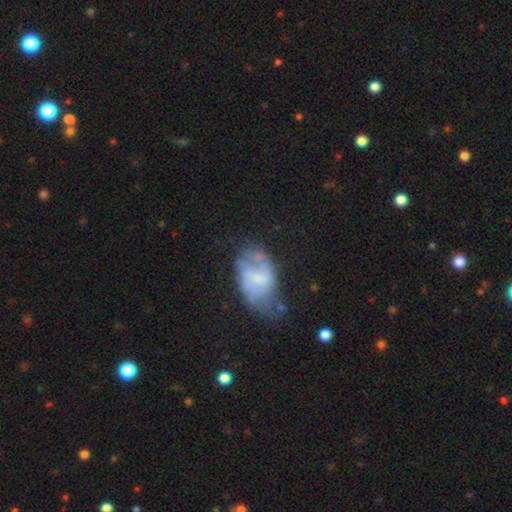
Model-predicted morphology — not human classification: smooth-or-featured: featured or disk: 58% | smooth: 33% | star or artifact: 9%
  disk-edge-on: no: 96% | yes: 4%
    bar: weak: 47% | no: 36% | strong: 17%
    has-spiral-arms: yes: 66% | no: 34%
    bulge-size: none: 41% | small: 28% | moderate: 23% | large: 7% | dominant: 2%
  merging: none: 43% | minor disturbance: 31% | major disturbance: 20% | merger: 5%